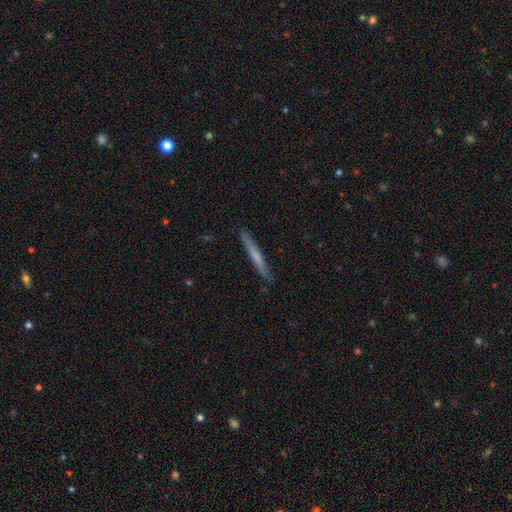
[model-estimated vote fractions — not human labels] smooth-or-featured: smooth: 58% | featured or disk: 36% | star or artifact: 6%
  how-rounded: cigar-shaped: 97% | in between: 2% | round: 1%
  merging: none: 90% | minor disturbance: 7% | major disturbance: 1% | merger: 1%